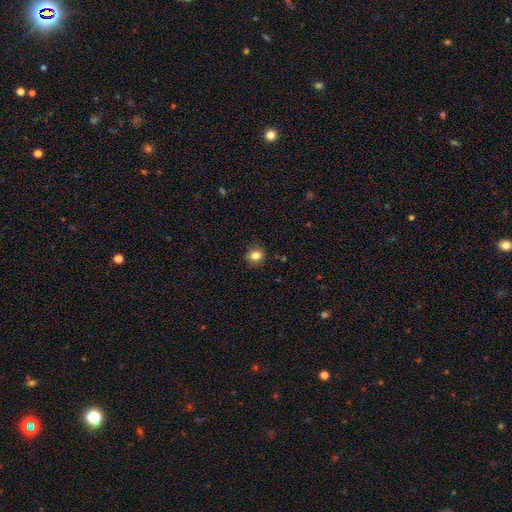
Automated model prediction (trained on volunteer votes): Smooth or featured? Predicted: smooth (p=0.81). How rounded? Predicted: round (p=0.60). Merging? Predicted: none (p=0.84).